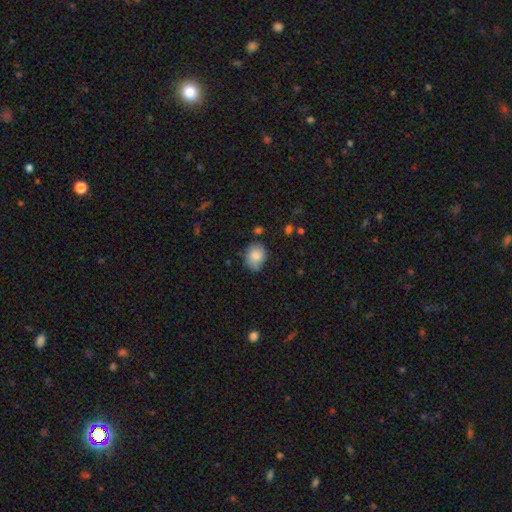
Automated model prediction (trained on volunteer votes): This appears to be a smooth galaxy with no disk features (82%) that is round (56%). Merging: none (66%).